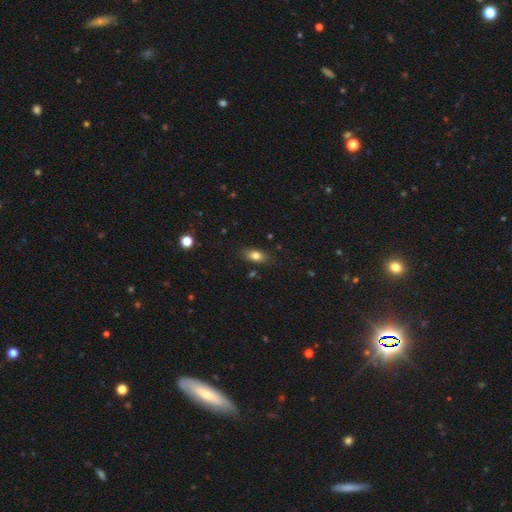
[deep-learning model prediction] Morphology: type=smooth (79%); roundness=in between (83%); merging=none (83%).